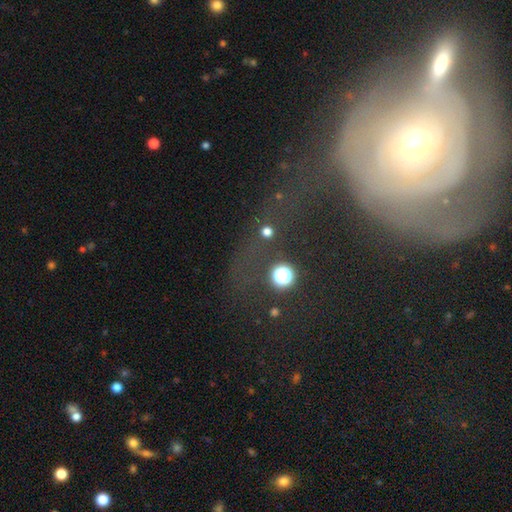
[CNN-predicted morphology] Smooth or featured? Predicted: featured or disk (p=0.49). Merging? Predicted: none (p=0.42).